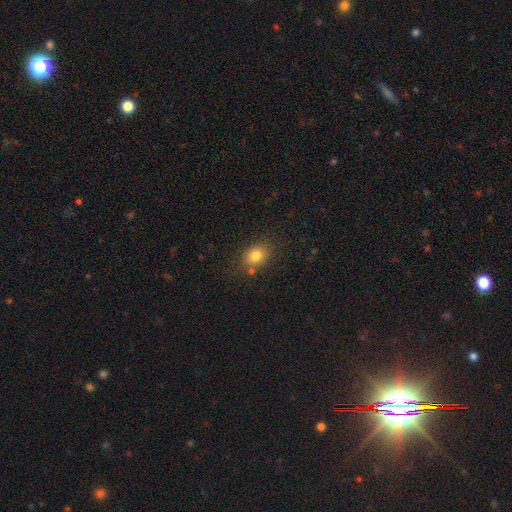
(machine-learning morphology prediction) Smooth or featured? smooth (80%)
How rounded? round (51%)
Merging? none (74%)